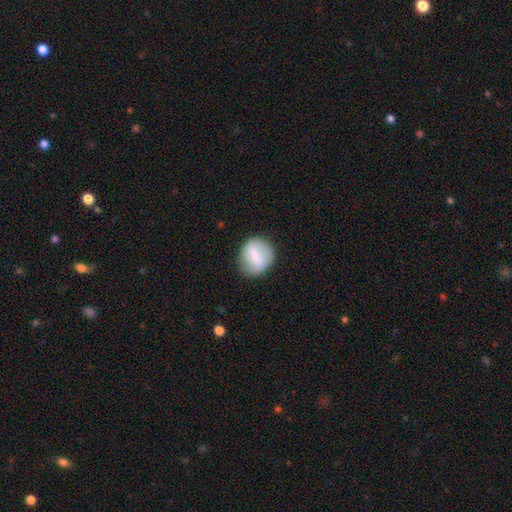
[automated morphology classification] A smooth galaxy with no disk features (60%) that is round (69%). Merging: none (77%).